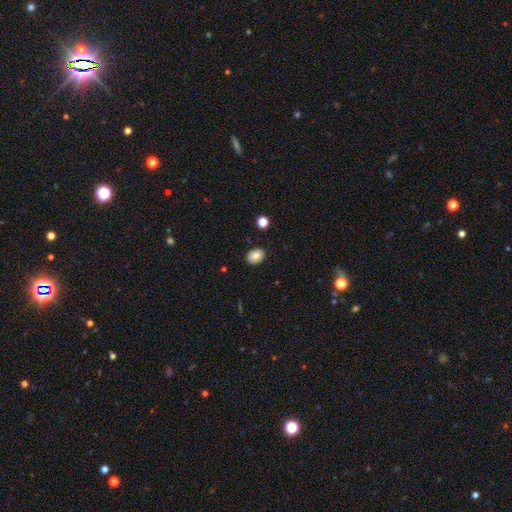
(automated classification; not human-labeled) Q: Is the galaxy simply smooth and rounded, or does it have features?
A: smooth — 80%.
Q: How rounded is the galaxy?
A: in between — 63%.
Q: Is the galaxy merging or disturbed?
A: none — 87%.